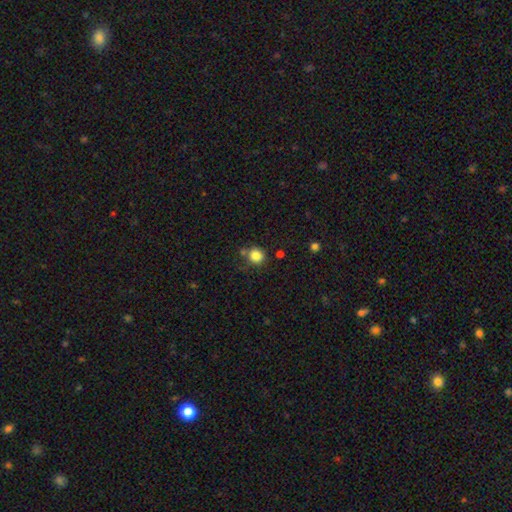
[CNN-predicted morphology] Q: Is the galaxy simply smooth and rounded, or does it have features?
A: smooth — 84%.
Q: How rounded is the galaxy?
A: round — 88%.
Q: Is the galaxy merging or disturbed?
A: none — 73%.